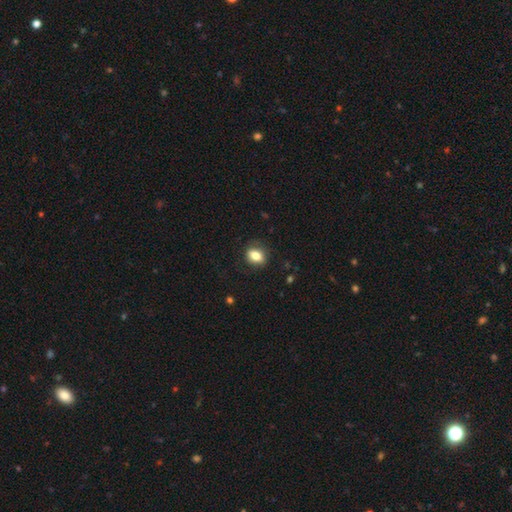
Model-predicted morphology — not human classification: A smooth galaxy with no disk features (80%) that is in between round and cigar-shaped (66%). Merging: none (82%).